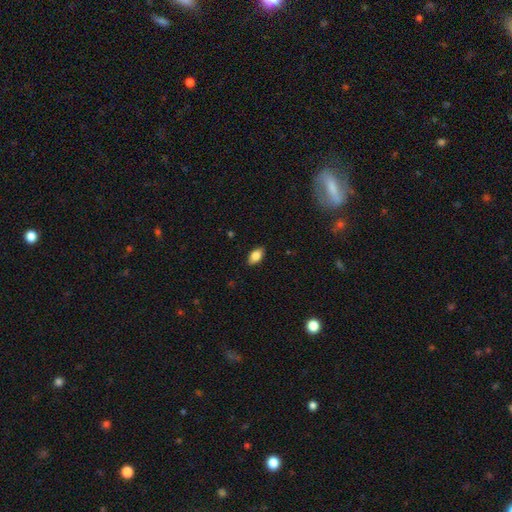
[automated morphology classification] Smooth or featured? smooth (83%)
How rounded? in between (91%)
Merging? none (87%)